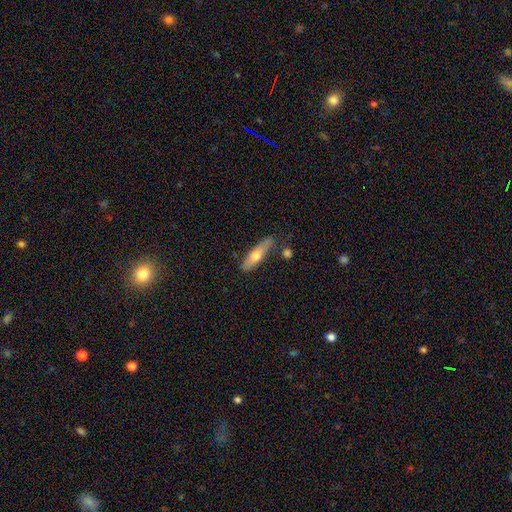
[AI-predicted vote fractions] Smooth or featured? Predicted: smooth (p=0.61). How rounded? Predicted: cigar-shaped (p=0.61). Merging? Predicted: none (p=0.70).